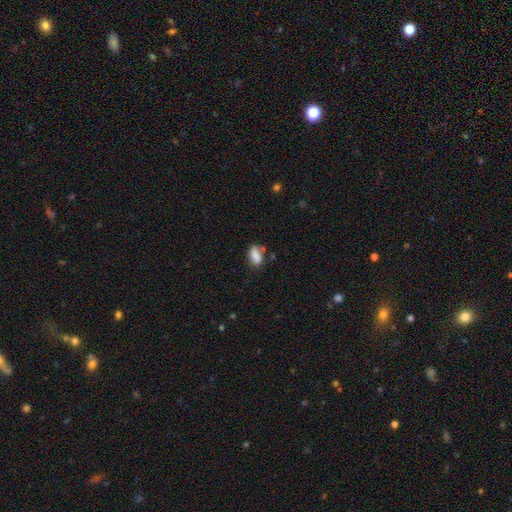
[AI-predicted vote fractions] Smooth or featured: smooth — 84% (star or artifact — 9%)
How rounded: in between — 84% (cigar-shaped — 11%)
Merging: none — 61% (minor disturbance — 23%)